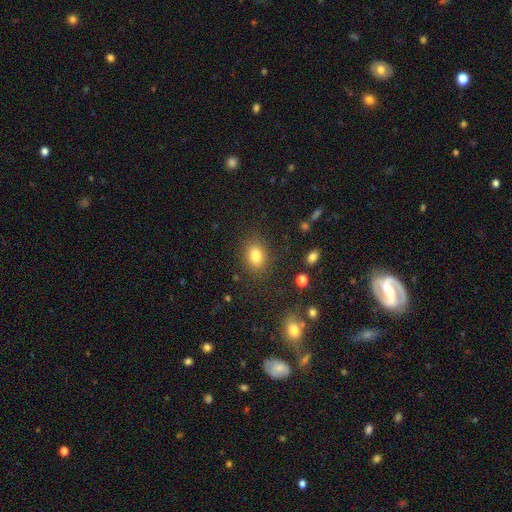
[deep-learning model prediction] This appears to be a smooth galaxy with no disk features (81%) that is in between round and cigar-shaped (64%). Merging: none (84%).